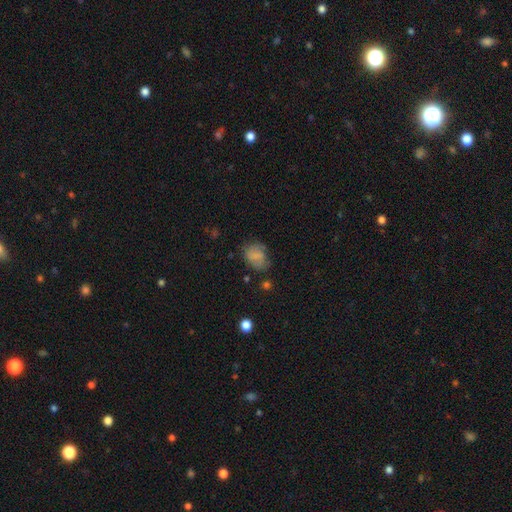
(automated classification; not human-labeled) Q: Smooth or featured?
A: smooth (72%); runner-up: featured or disk (18%)
Q: How rounded?
A: in between (63%); runner-up: round (36%)
Q: Merging?
A: none (60%); runner-up: minor disturbance (26%)